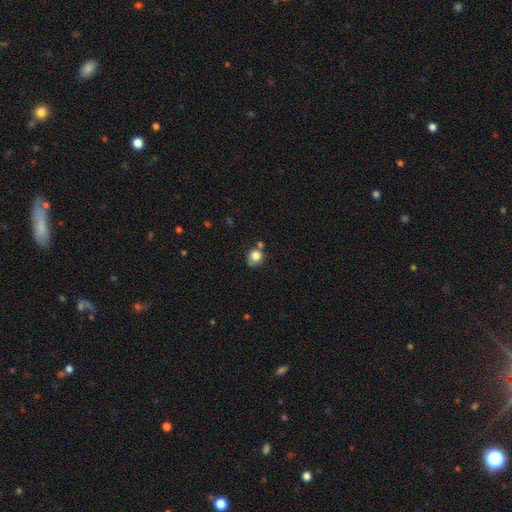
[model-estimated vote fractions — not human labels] A smooth galaxy with no disk features (81%) that is round (80%).

Vote fractions:
- Smooth or featured? smooth: 81% / star or artifact: 11% / featured or disk: 8%
- How rounded? round: 80% / in between: 19% / cigar-shaped: 1%
- Merging? none: 58% / minor disturbance: 23% / merger: 13% / major disturbance: 7%